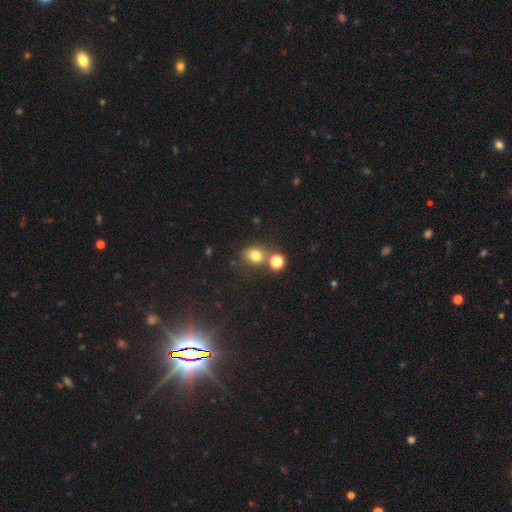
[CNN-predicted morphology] type=smooth (77%); roundness=round (63%); merging=none (62%).